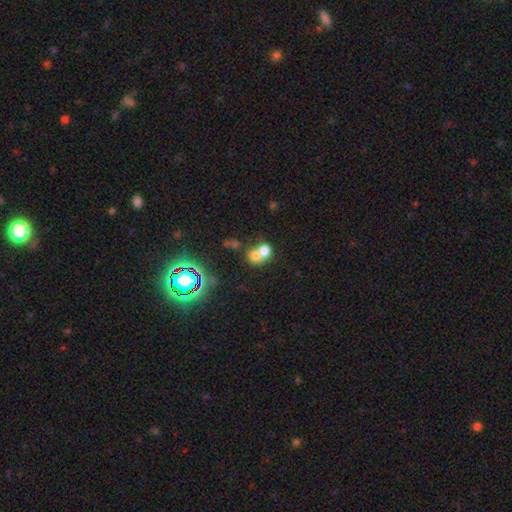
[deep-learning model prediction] Smooth or featured?
  - smooth: 66% *
  - featured or disk: 18%
  - star or artifact: 16%
How rounded?
  - round: 68% *
  - in between: 31%
  - cigar-shaped: 1%
Merging?
  - merger: 66% *
  - none: 25%
  - minor disturbance: 5%
  - major disturbance: 4%